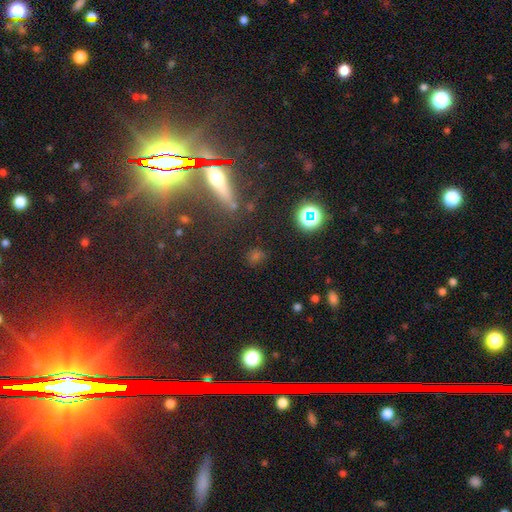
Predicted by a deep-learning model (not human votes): smooth_or_featured: smooth (p=0.47) [alt: star or artifact p=0.41]
merging: none (p=0.80) [alt: minor disturbance p=0.10]